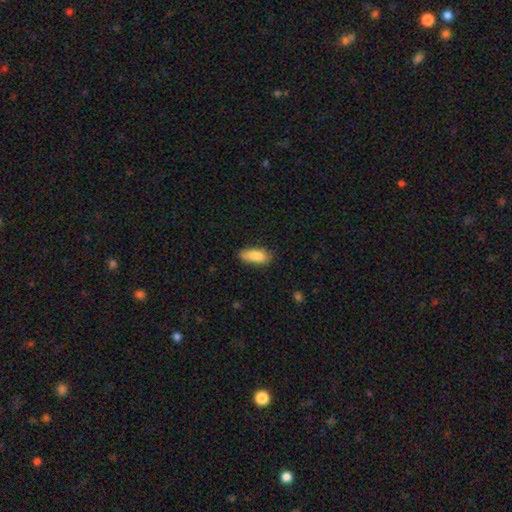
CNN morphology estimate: Q: Smooth or featured?
A: smooth (86%); runner-up: featured or disk (8%)
Q: How rounded?
A: in between (78%); runner-up: cigar-shaped (20%)
Q: Merging?
A: none (72%); runner-up: minor disturbance (21%)